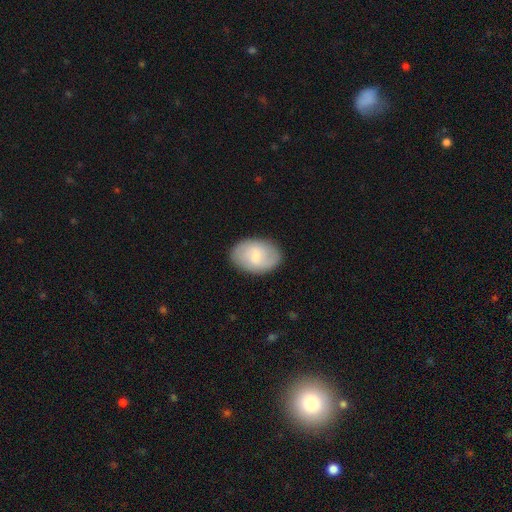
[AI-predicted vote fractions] The model was most divided on "smooth or featured": smooth: 64%, featured or disk: 30%, star or artifact: 6%. More confident: merging — none (85%); how rounded — in between (83%).